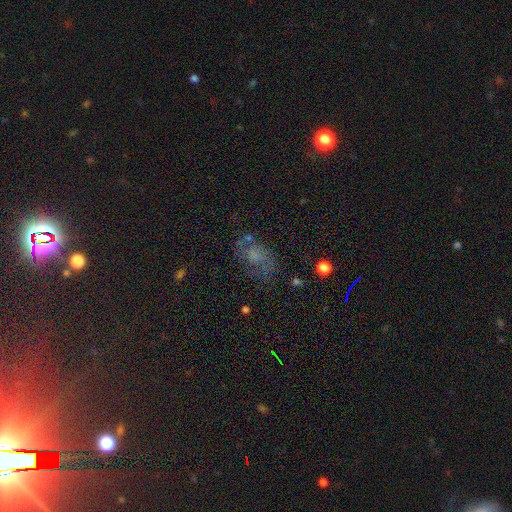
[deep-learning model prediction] Morphology: type=featured or disk (42%); merging=none (57%).